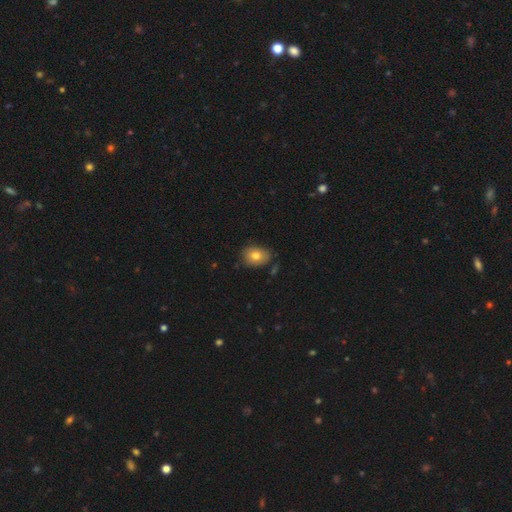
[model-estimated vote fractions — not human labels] smooth 79%, featured or disk 12%, star or artifact 9%. Down the decision tree: how rounded — in between (65%); merging — none (78%).